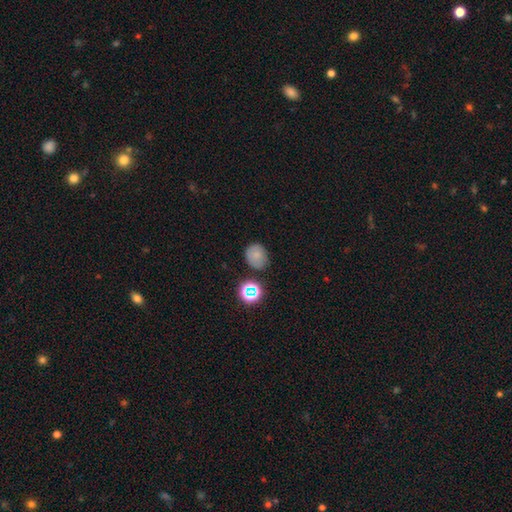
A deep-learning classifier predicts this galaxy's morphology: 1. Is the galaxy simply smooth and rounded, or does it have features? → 72% smooth, 18% star or artifact, 11% featured or disk.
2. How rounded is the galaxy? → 68% round, 31% in between, 1% cigar-shaped.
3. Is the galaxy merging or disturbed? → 74% none, 17% minor disturbance, 5% merger, 4% major disturbance.